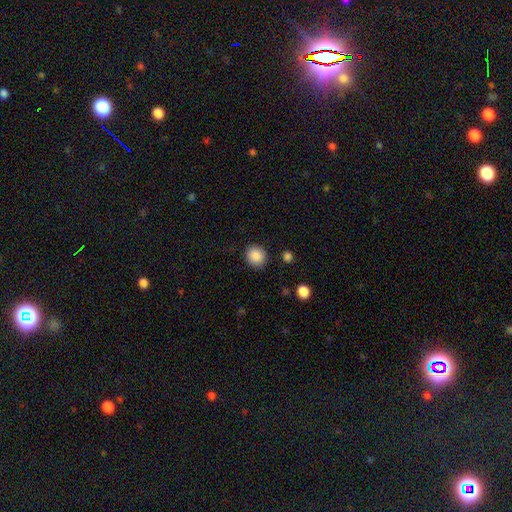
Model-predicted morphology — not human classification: Smooth or featured?
  - smooth: 88% *
  - star or artifact: 8%
  - featured or disk: 3%
How rounded?
  - round: 84% *
  - in between: 15%
  - cigar-shaped: 1%
Merging?
  - none: 89% *
  - minor disturbance: 7%
  - major disturbance: 2%
  - merger: 2%